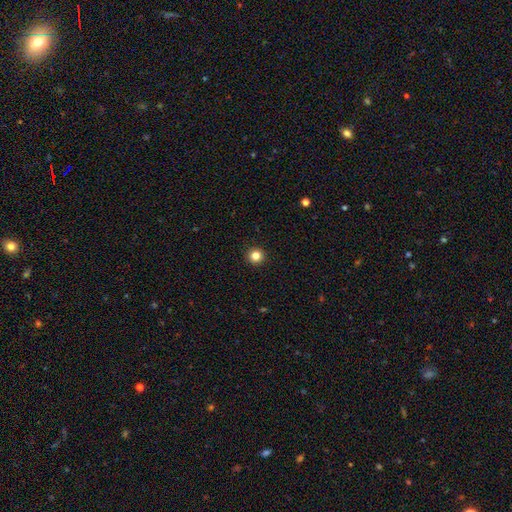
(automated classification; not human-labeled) Morphology: type=smooth (82%); roundness=round (95%); merging=none (94%).